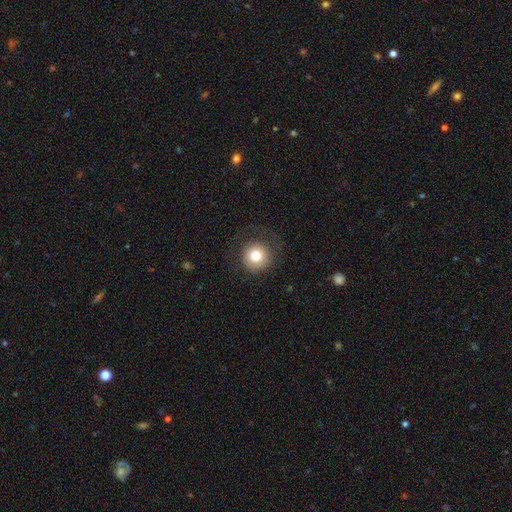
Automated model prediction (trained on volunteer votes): smooth 78%, featured or disk 12%, star or artifact 10%. Down the decision tree: how rounded — round (95%); merging — none (78%).